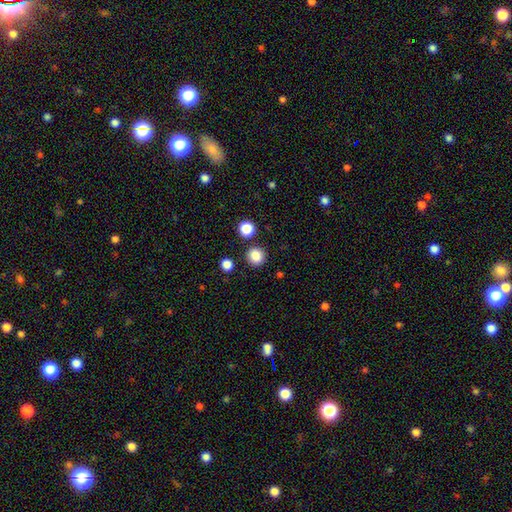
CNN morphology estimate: smooth 85%, star or artifact 11%, featured or disk 4%. Down the decision tree: how rounded — round (89%); merging — none (86%).